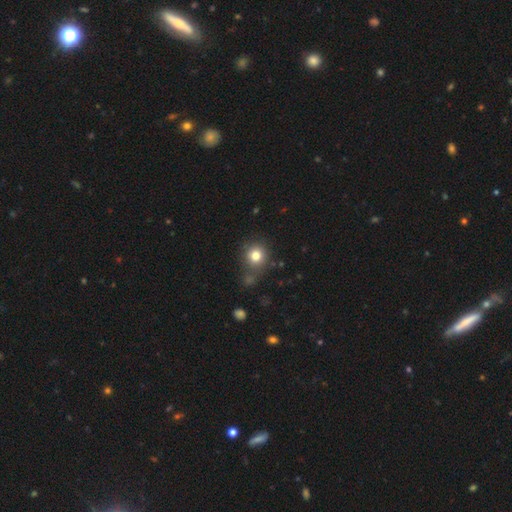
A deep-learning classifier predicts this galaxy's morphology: Smooth or featured?
  - smooth: 80% *
  - star or artifact: 12%
  - featured or disk: 8%
How rounded?
  - round: 89% *
  - in between: 10%
  - cigar-shaped: 1%
Merging?
  - none: 74% *
  - minor disturbance: 13%
  - merger: 9%
  - major disturbance: 5%